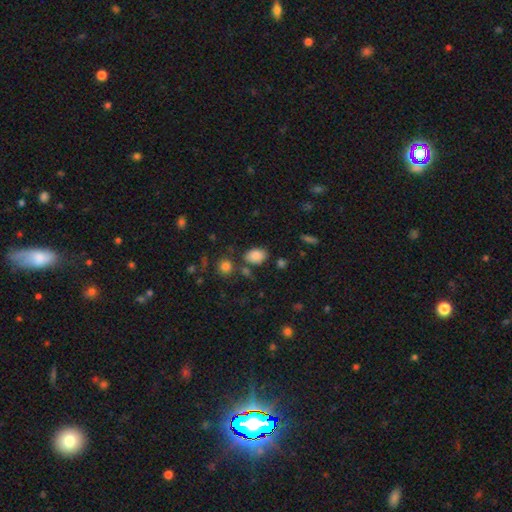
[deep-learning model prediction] smooth 86%, star or artifact 10%, featured or disk 5%. Down the decision tree: how rounded — in between (83%); merging — none (74%).